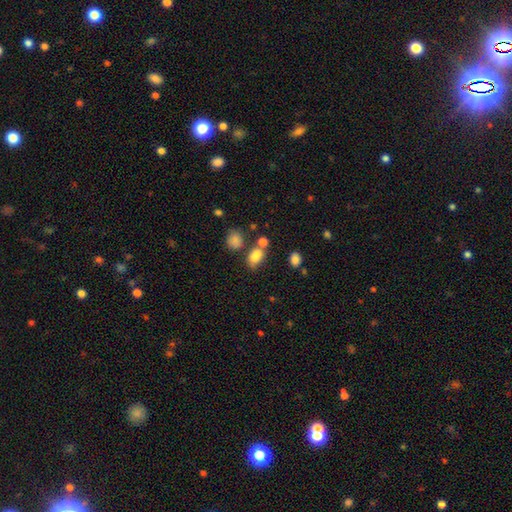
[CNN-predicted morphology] A smooth galaxy with no disk features (81%) that is in between round and cigar-shaped (81%). Merging: none (54%).